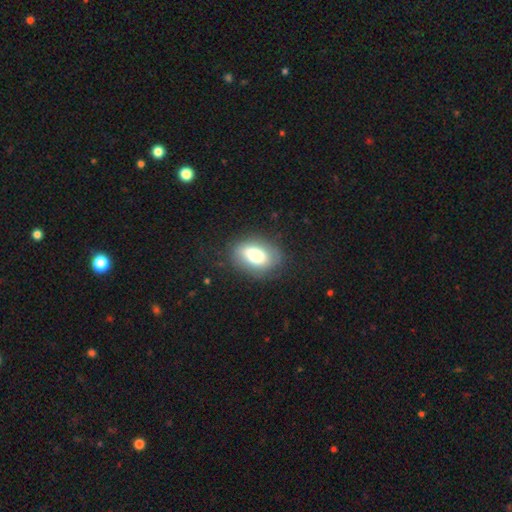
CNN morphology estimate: smooth_or_featured: smooth (p=0.70) [alt: featured or disk p=0.22]
how_rounded: in between (p=0.83) [alt: round p=0.15]
merging: none (p=0.74) [alt: minor disturbance p=0.17]